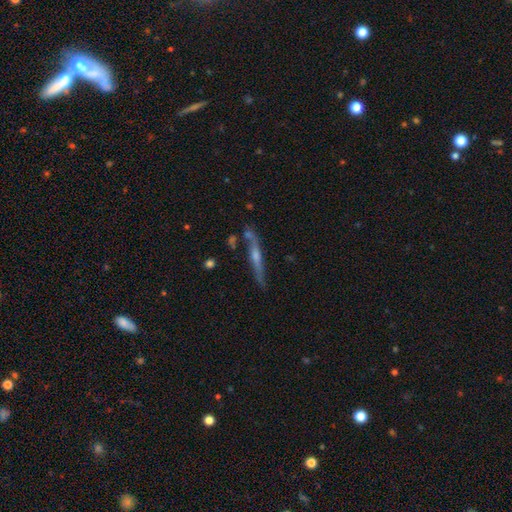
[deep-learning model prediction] smooth-or-featured: featured or disk: 73% | smooth: 20% | star or artifact: 8%
  disk-edge-on: yes: 94% | no: 6%
    edge-on-bulge: rounded: 76% | none: 17% | boxy: 7%
  merging: none: 75% | minor disturbance: 15% | merger: 7% | major disturbance: 4%